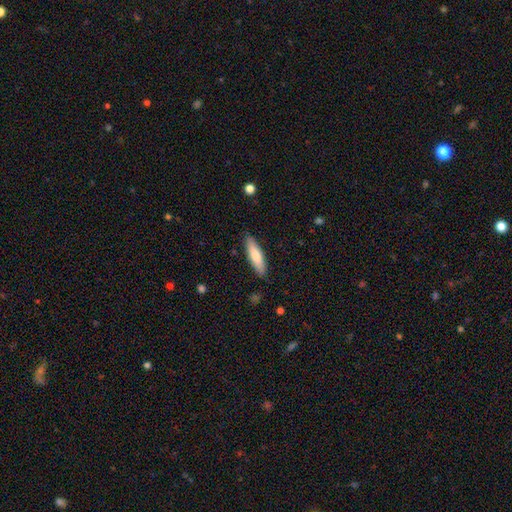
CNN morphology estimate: Overall: smooth (76%). How rounded: cigar-shaped (66%; in between 32%). Merging: none (87%).